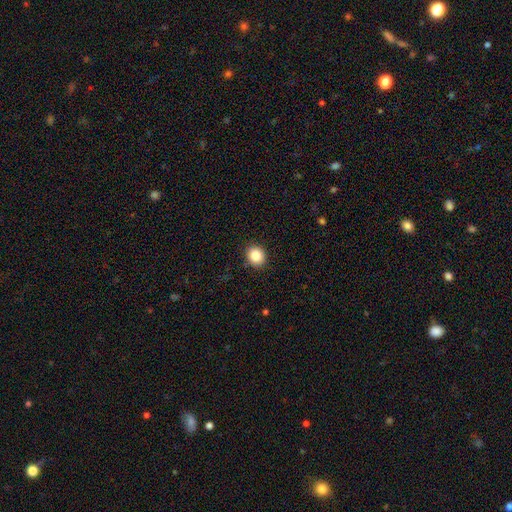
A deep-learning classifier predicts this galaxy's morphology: This appears to be a smooth galaxy with no disk features (87%) that is round (71%). Merging: none (90%).